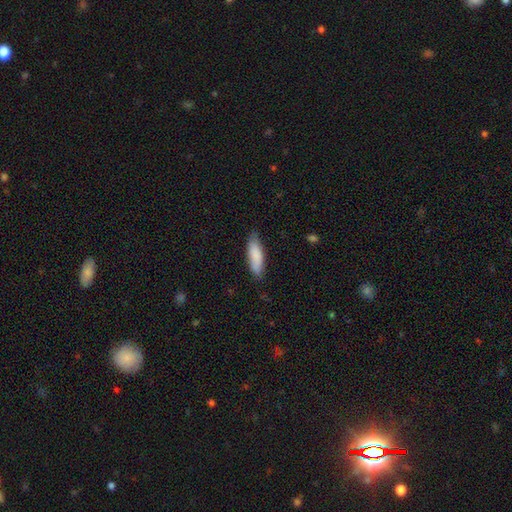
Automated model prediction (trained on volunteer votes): The model was most divided on "how rounded": in between: 51%, cigar-shaped: 47%, round: 1%. More confident: smooth or featured — smooth (85%); merging — none (77%).